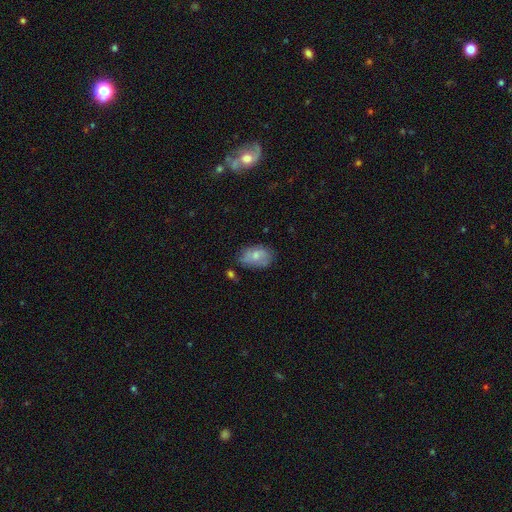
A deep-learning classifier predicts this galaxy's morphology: Smooth or featured?
  - smooth: 68% *
  - featured or disk: 24%
  - star or artifact: 8%
How rounded?
  - in between: 87% *
  - round: 12%
  - cigar-shaped: 1%
Merging?
  - none: 60% *
  - minor disturbance: 28%
  - major disturbance: 8%
  - merger: 4%